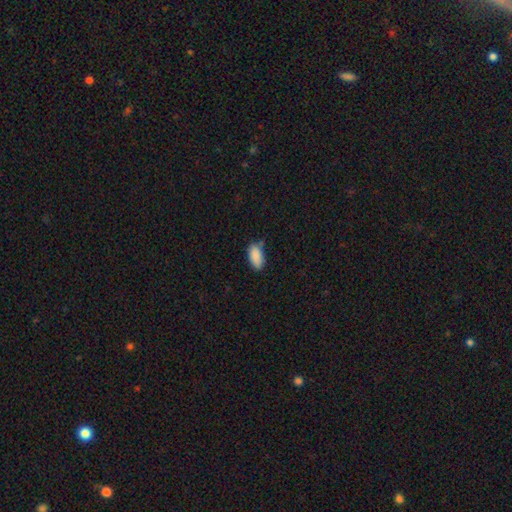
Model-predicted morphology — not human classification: A smooth galaxy with no disk features (89%) that is in between round and cigar-shaped (93%). Merging: none (69%).